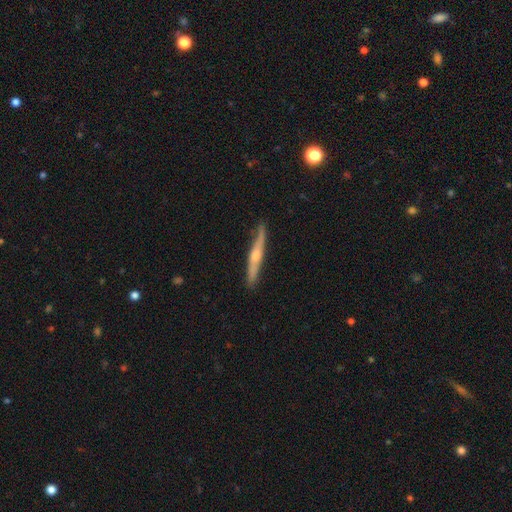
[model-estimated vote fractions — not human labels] Smooth or featured?
  - featured or disk: 64% *
  - smooth: 31%
  - star or artifact: 5%
Edge-on disk?
  - yes: 94% *
  - no: 6%
Edge-on bulge?
  - rounded: 76% *
  - none: 17%
  - boxy: 7%
Merging?
  - none: 82% *
  - minor disturbance: 14%
  - major disturbance: 2%
  - merger: 1%